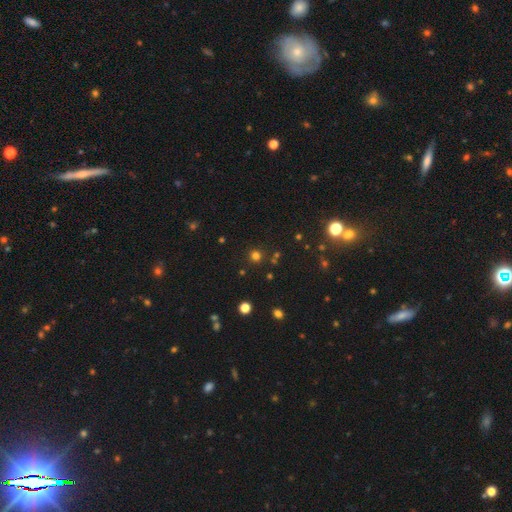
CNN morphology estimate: Overall: smooth (72%). How rounded: round (94%). Merging: none (87%).